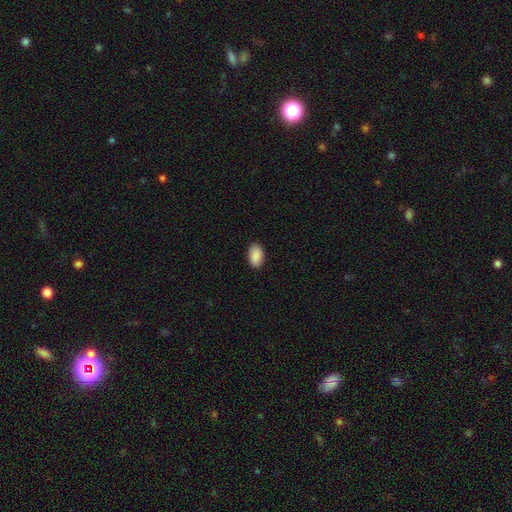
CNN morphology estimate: This is clearly a smooth galaxy (91%). How rounded: clearly in between (92%). Merging: clearly none (89%).